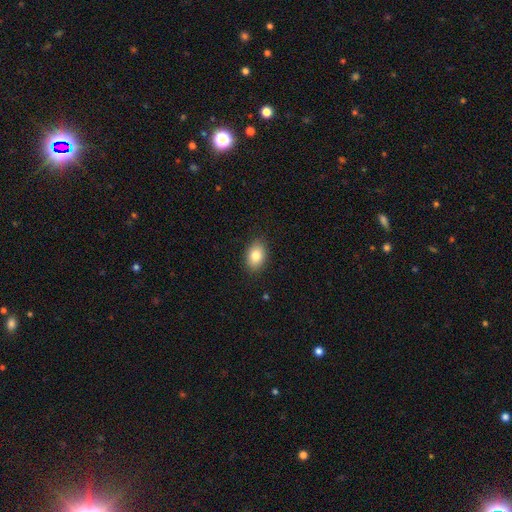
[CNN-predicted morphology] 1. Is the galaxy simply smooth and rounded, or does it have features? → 83% smooth, 9% featured or disk, 8% star or artifact.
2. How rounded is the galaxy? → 82% in between, 17% round, 1% cigar-shaped.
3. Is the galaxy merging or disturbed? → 88% none, 9% minor disturbance, 2% major disturbance, 1% merger.